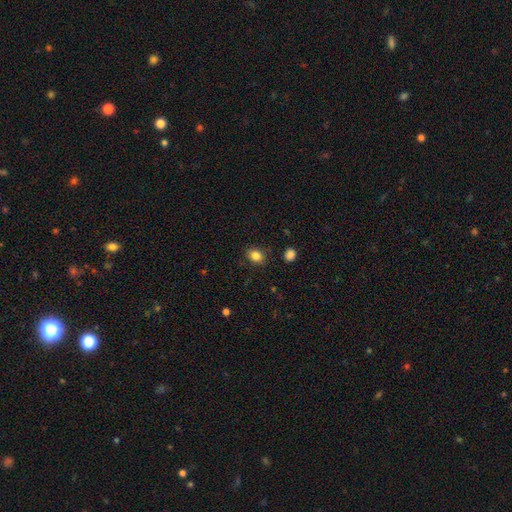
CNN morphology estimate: smooth-or-featured: smooth: 84% | star or artifact: 10% | featured or disk: 5%
  how-rounded: in between: 60% | round: 39% | cigar-shaped: 1%
  merging: none: 85% | minor disturbance: 10% | major disturbance: 3% | merger: 2%